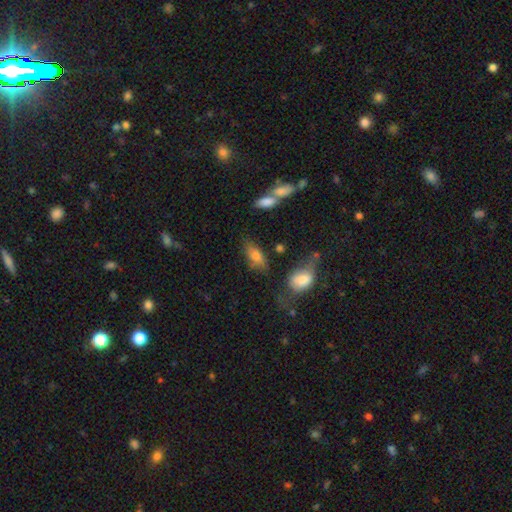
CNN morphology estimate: This is likely a smooth galaxy (75%). How rounded: clearly in between (81%). Merging: possibly none (57%).